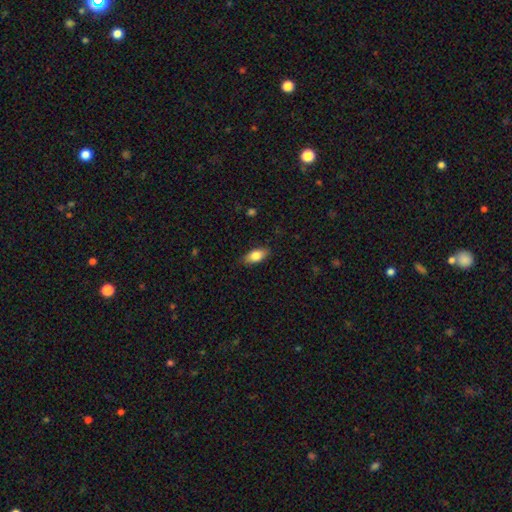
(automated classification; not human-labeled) The model was most divided on "smooth or featured": smooth: 80%, featured or disk: 13%, star or artifact: 7%. More confident: how rounded — in between (87%); merging — none (85%).